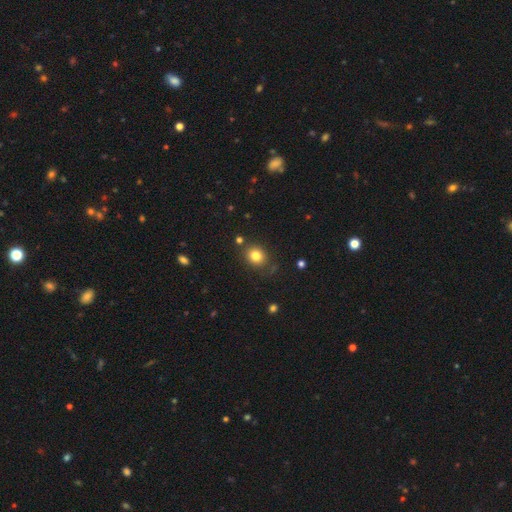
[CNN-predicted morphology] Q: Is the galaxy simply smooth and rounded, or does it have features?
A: smooth — 81%.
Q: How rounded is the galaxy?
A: round — 72%.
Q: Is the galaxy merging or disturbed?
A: none — 80%.